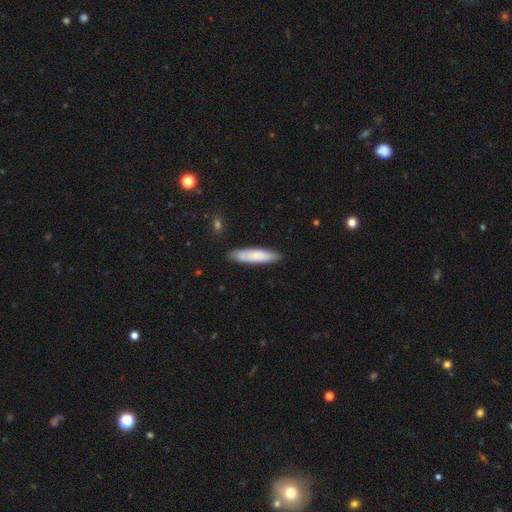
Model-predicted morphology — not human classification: This is likely a smooth galaxy (74%). How rounded: clearly cigar-shaped (81%). Merging: clearly none (84%).